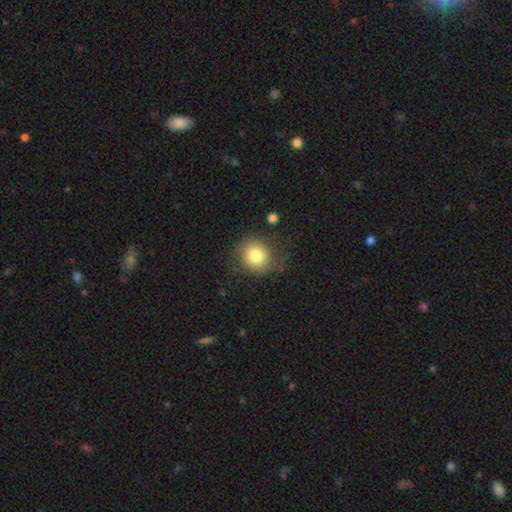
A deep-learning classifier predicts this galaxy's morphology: The model was most divided on "merging": none: 68%, minor disturbance: 20%, major disturbance: 10%, merger: 2%. More confident: how rounded — round (85%); smooth or featured — smooth (76%).